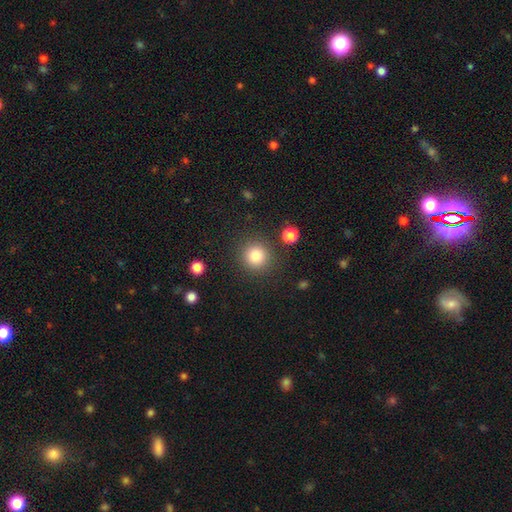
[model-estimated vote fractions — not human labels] The model was most divided on "smooth or featured": smooth: 83%, star or artifact: 11%, featured or disk: 6%. More confident: how rounded — round (93%); merging — none (87%).